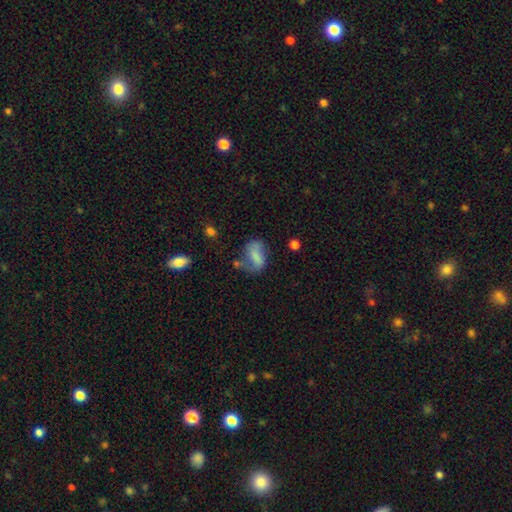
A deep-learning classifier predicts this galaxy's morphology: smooth_or_featured: smooth (p=0.55) [alt: featured or disk p=0.34]
how_rounded: in between (p=0.83) [alt: round p=0.14]
merging: none (p=0.38) [alt: minor disturbance p=0.27]